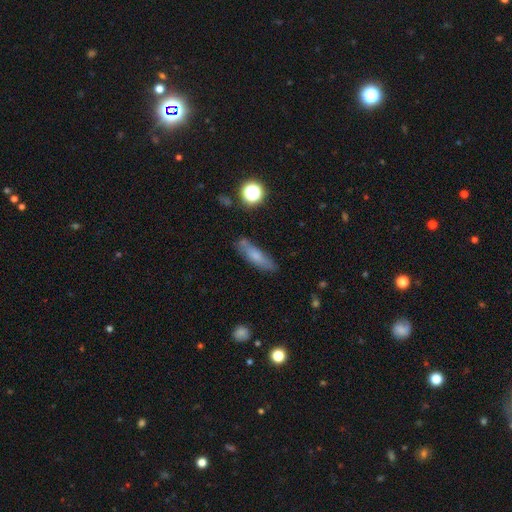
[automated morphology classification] type=smooth (67%); roundness=cigar-shaped (64%); merging=none (72%).